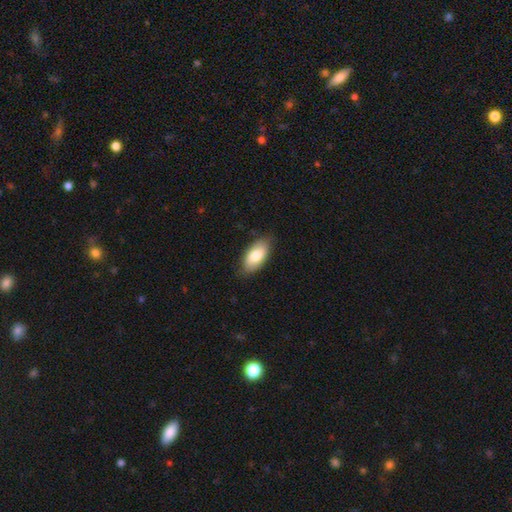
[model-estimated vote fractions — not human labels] Smooth or featured?
  - smooth: 80% *
  - featured or disk: 14%
  - star or artifact: 6%
How rounded?
  - in between: 93% *
  - cigar-shaped: 5%
  - round: 3%
Merging?
  - none: 82% *
  - minor disturbance: 14%
  - major disturbance: 3%
  - merger: 1%